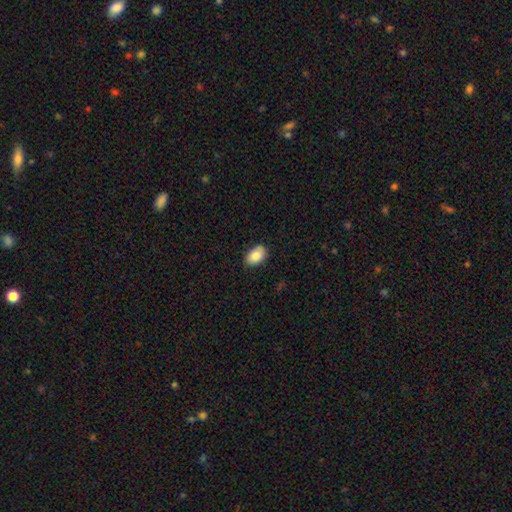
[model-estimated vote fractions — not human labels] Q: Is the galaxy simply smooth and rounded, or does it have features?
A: smooth — 84%.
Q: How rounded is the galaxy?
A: in between — 87%.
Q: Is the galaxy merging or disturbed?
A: none — 84%.